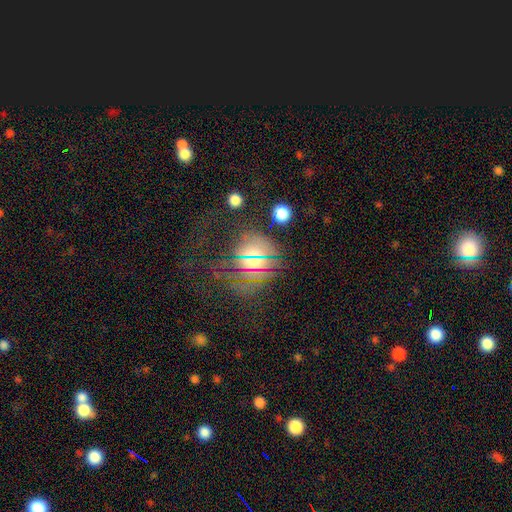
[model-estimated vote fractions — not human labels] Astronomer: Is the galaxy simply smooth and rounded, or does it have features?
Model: star or artifact — 44% (runner-up: featured or disk, 34%).